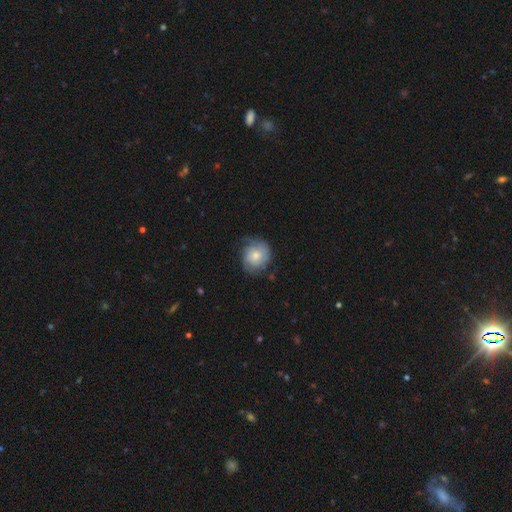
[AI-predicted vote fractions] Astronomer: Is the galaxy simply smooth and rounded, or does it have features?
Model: featured or disk — 51% (runner-up: smooth, 42%).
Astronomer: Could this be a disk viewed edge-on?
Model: no — 97%.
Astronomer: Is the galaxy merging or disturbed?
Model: none — 62%.